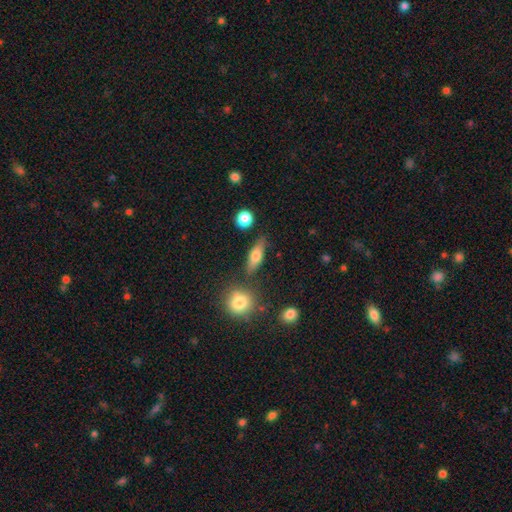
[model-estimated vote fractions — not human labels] A smooth galaxy with no disk features (66%) that is in between round and cigar-shaped (56%). Merging: none (76%).